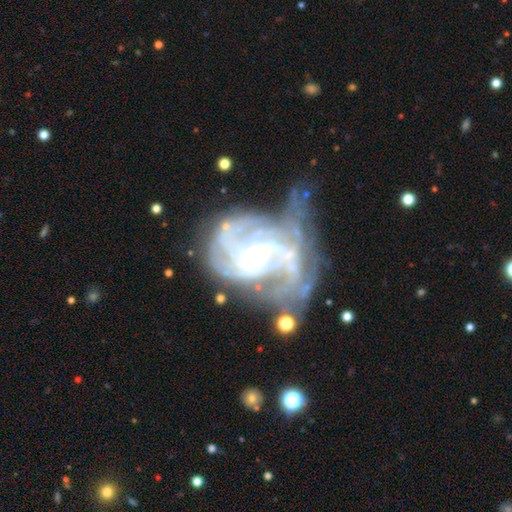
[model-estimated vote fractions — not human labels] smooth-or-featured: featured or disk: 88% | star or artifact: 7% | smooth: 5%
  disk-edge-on: no: 98% | yes: 2%
    bar: no: 69% | weak: 23% | strong: 8%
    has-spiral-arms: yes: 94% | no: 6%
      spiral-winding: tight: 54% | medium: 36% | loose: 11%
      spiral-arm-count: can't tell: 27% | 3: 21% | 4: 18% | 2: 18% | more than 4: 9% | 1: 7%
    bulge-size: small: 83% | moderate: 12% | none: 3% | large: 1% | dominant: 1%
  merging: major disturbance: 34% | none: 31% | minor disturbance: 25% | merger: 10%